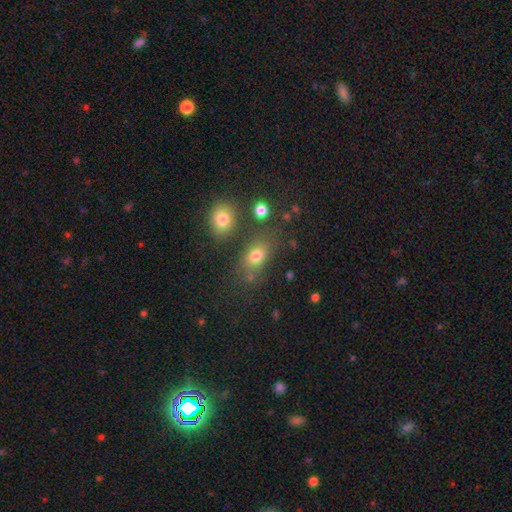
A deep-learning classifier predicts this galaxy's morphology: smooth_or_featured: smooth (p=0.74) [alt: star or artifact p=0.16]
how_rounded: in between (p=0.69) [alt: round p=0.29]
merging: none (p=0.66) [alt: minor disturbance p=0.15]